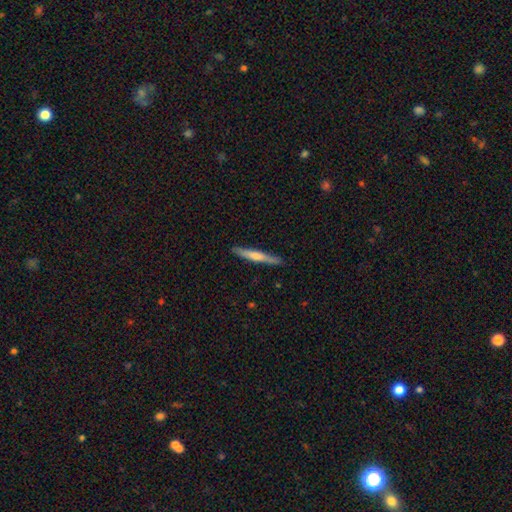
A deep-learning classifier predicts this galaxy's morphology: Smooth or featured?
  - featured or disk: 52% *
  - smooth: 43%
  - star or artifact: 6%
Edge-on disk?
  - yes: 96% *
  - no: 4%
Merging?
  - none: 90% *
  - minor disturbance: 7%
  - major disturbance: 1%
  - merger: 1%